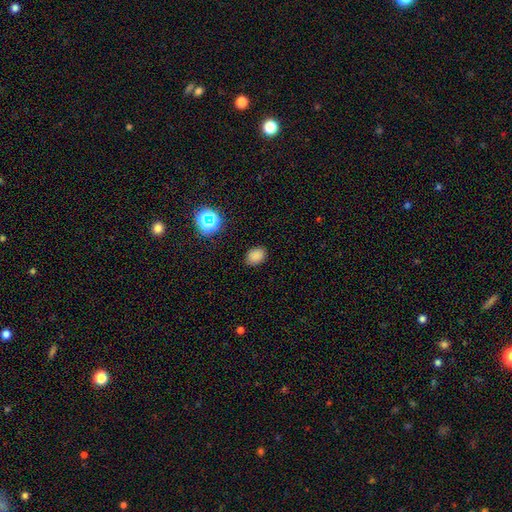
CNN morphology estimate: type=smooth (81%); roundness=in between (71%); merging=none (85%).